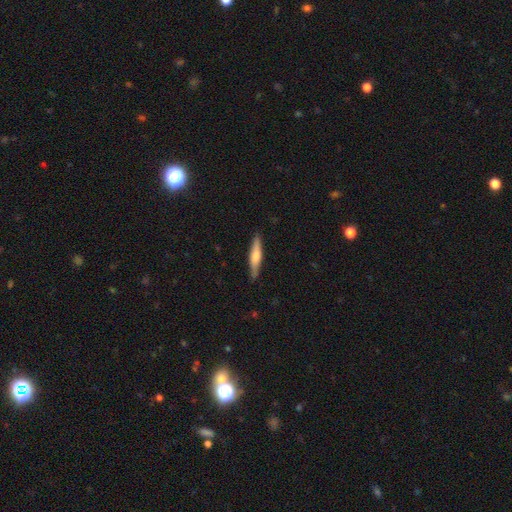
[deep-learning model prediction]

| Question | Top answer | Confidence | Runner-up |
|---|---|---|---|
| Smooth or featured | smooth | 51% | featured or disk (44%) |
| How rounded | cigar-shaped | 86% | in between (12%) |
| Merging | none | 87% | minor disturbance (10%) |